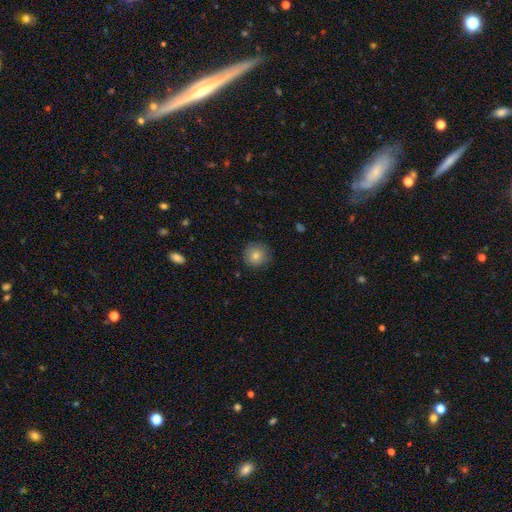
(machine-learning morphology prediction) Smooth or featured: smooth — 77% (featured or disk — 12%)
How rounded: round — 92% (in between — 7%)
Merging: none — 86% (minor disturbance — 11%)